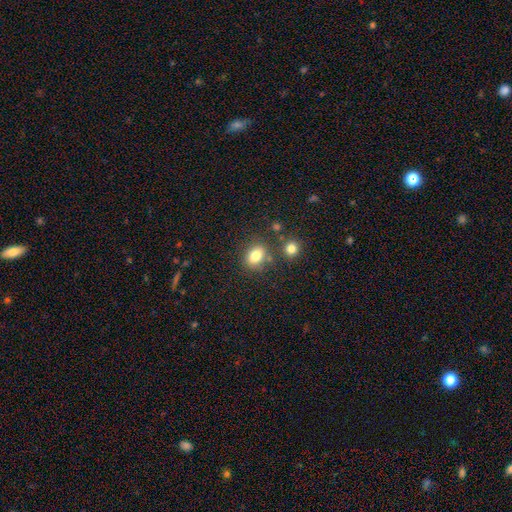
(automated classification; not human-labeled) This is clearly a smooth galaxy (81%). How rounded: likely in between (67%). Merging: likely none (72%).